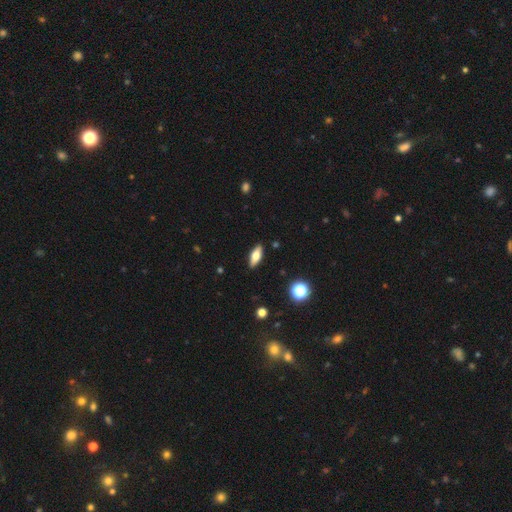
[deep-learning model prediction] Overall: smooth (61%; featured or disk 31%). How rounded: in between (70%). Merging: none (89%).